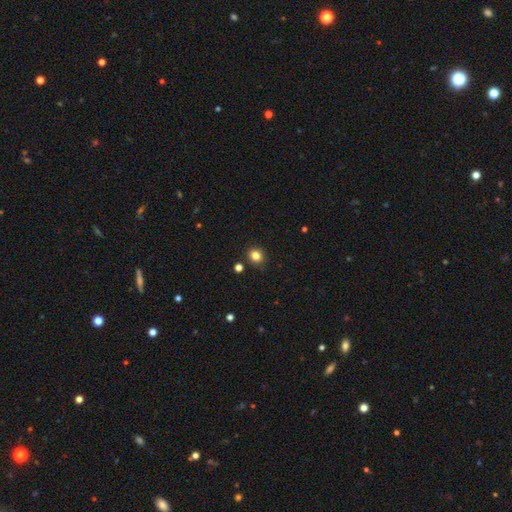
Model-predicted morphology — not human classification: Overall: smooth (82%). How rounded: round (80%). Merging: none (89%).